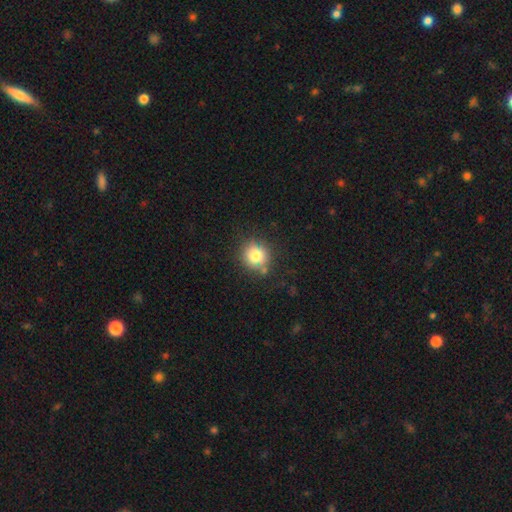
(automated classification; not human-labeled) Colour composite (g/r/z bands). It shows a smooth galaxy with no disk features (80%) that is round (87%). Merging: none (77%).